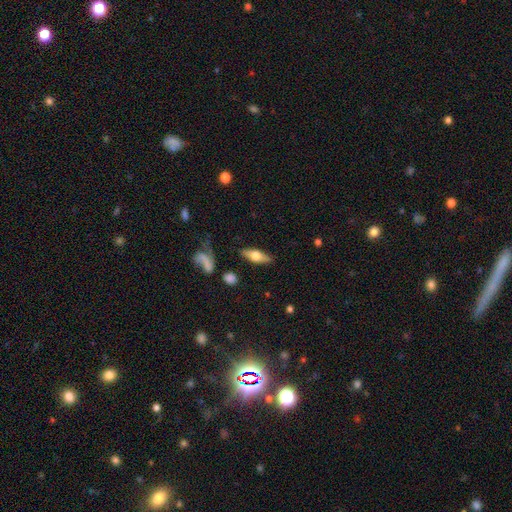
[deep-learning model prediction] Smooth or featured?
  - featured or disk: 49% *
  - smooth: 45%
  - star or artifact: 6%
Merging?
  - none: 83% *
  - minor disturbance: 11%
  - major disturbance: 3%
  - merger: 2%